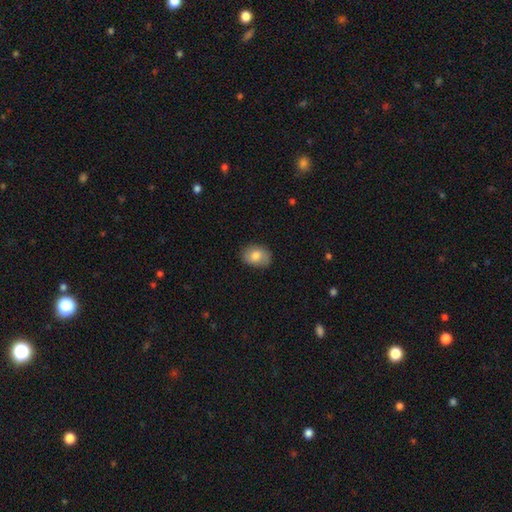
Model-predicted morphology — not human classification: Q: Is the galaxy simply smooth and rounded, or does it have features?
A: smooth — 78%.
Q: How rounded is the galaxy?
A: in between — 70%.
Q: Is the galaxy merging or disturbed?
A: none — 77%.